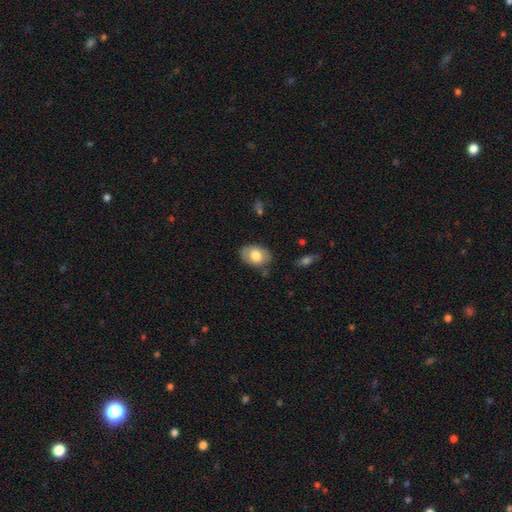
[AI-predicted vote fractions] This is likely a smooth galaxy (72%). How rounded: clearly in between (83%). Merging: likely none (76%).